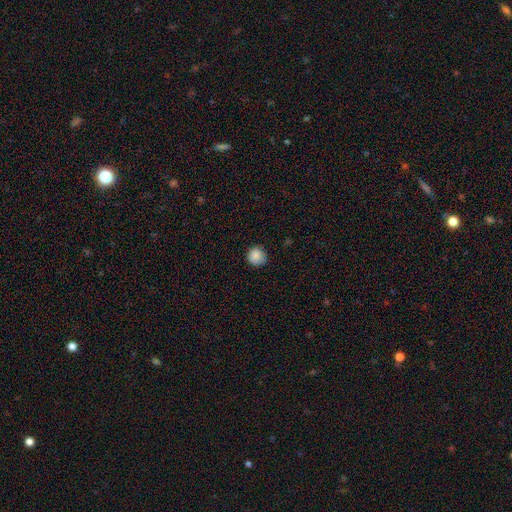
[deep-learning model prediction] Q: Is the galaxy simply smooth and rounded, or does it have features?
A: smooth — 87%.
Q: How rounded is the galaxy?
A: round — 92%.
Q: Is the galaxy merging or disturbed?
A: none — 81%.